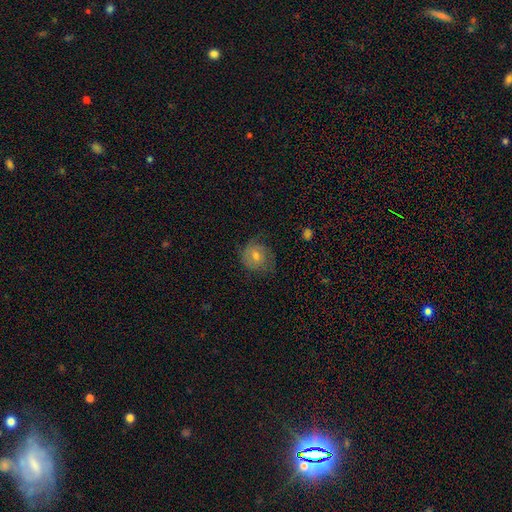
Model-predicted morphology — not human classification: This appears to be a smooth galaxy with no disk features (45%). Merging: none (70%).